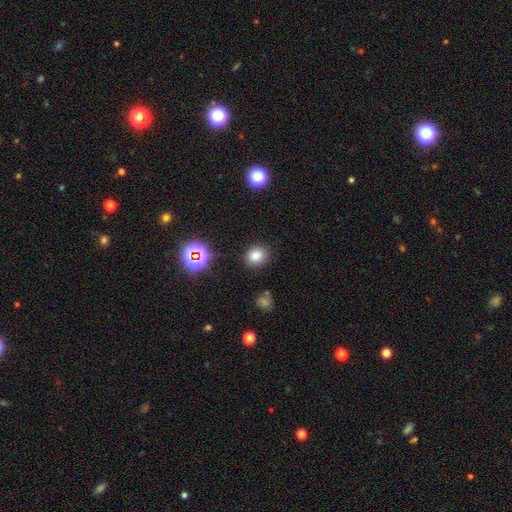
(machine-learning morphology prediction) Smooth or featured?
  - smooth: 78% *
  - star or artifact: 16%
  - featured or disk: 6%
How rounded?
  - round: 72% *
  - in between: 27%
  - cigar-shaped: 1%
Merging?
  - none: 86% *
  - minor disturbance: 9%
  - major disturbance: 3%
  - merger: 2%